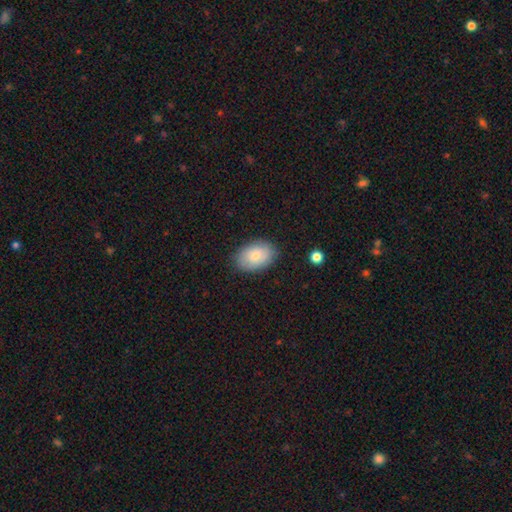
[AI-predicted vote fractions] Overall: smooth (79%). How rounded: in between (88%). Merging: none (85%).